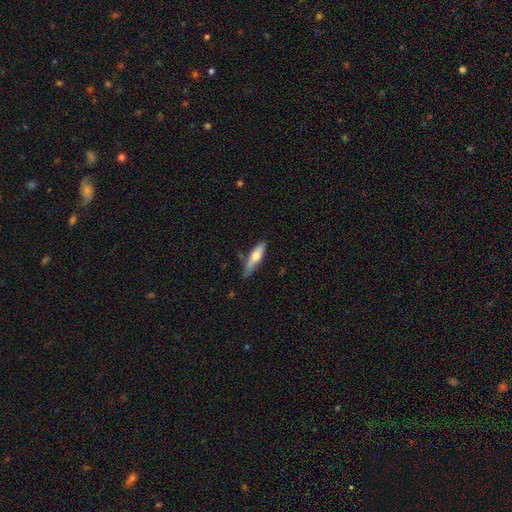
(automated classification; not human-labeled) Smooth or featured? smooth (64%)
How rounded? cigar-shaped (63%)
Merging? none (67%)